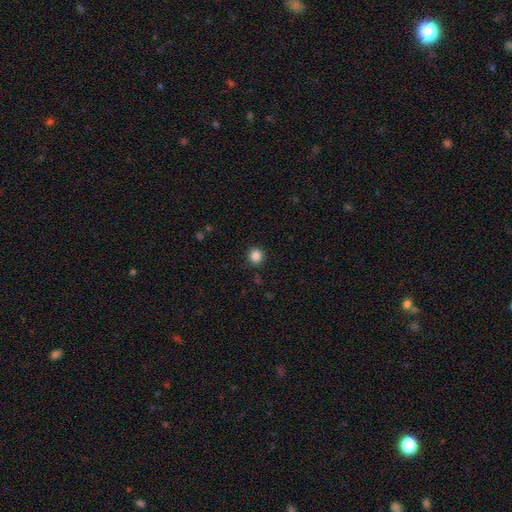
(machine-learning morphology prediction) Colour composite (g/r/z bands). It shows a smooth galaxy with no disk features (86%) that is round (91%). Merging: none (90%).